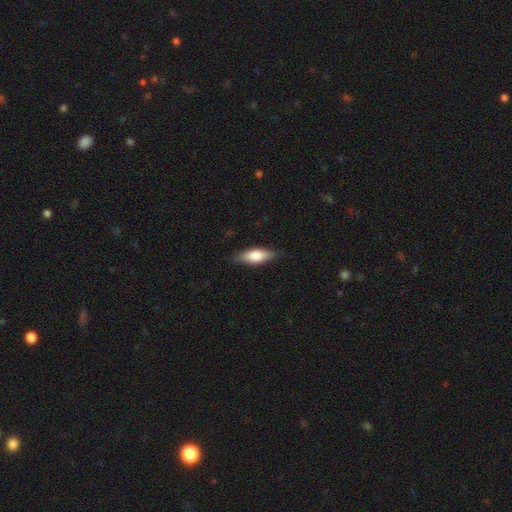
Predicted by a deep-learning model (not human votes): Smooth or featured? smooth (71%)
How rounded? in between (68%)
Merging? none (81%)